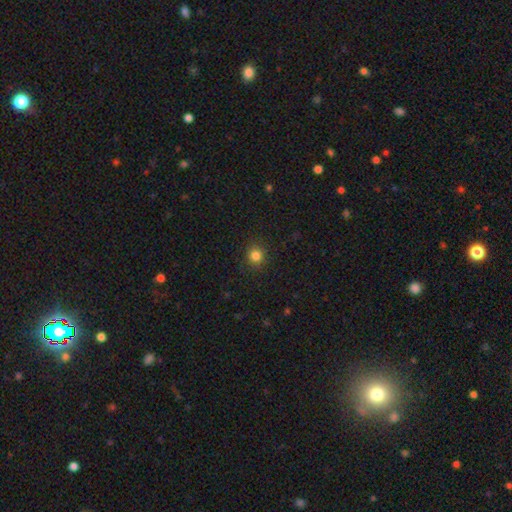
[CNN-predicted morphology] This appears to be a smooth galaxy with no disk features (83%) that is round (89%). Merging: none (91%).